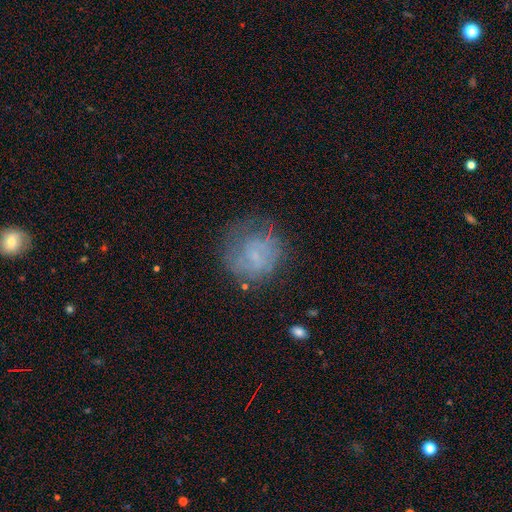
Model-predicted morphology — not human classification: Smooth or featured? smooth (45%)
Merging? none (59%)